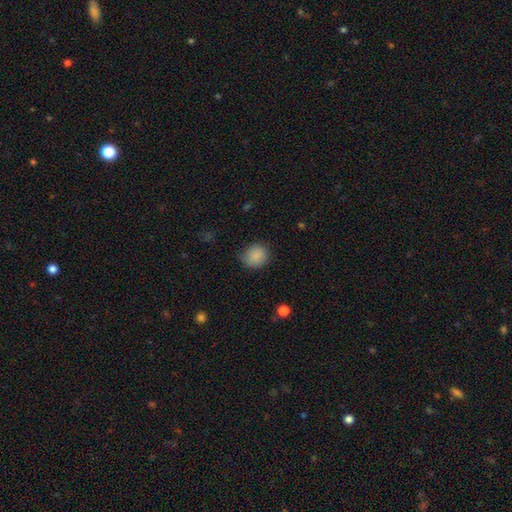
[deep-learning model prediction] Morphology: type=smooth (87%); roundness=round (75%); merging=none (78%).